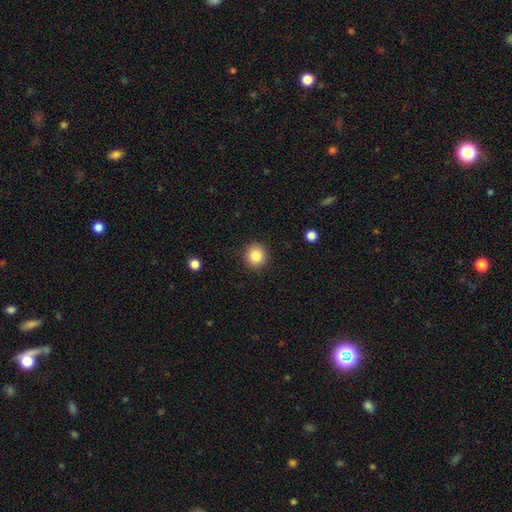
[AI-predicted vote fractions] A smooth galaxy with no disk features (85%) that is round (92%).

Vote fractions:
- Smooth or featured? smooth: 85% / star or artifact: 10% / featured or disk: 5%
- How rounded? round: 92% / in between: 7% / cigar-shaped: 1%
- Merging? none: 91% / minor disturbance: 6% / major disturbance: 2% / merger: 1%